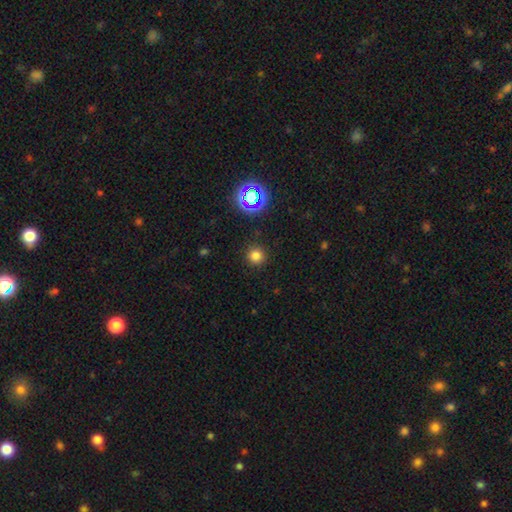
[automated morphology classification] A smooth galaxy with no disk features (76%) that is round (95%). Merging: none (90%).